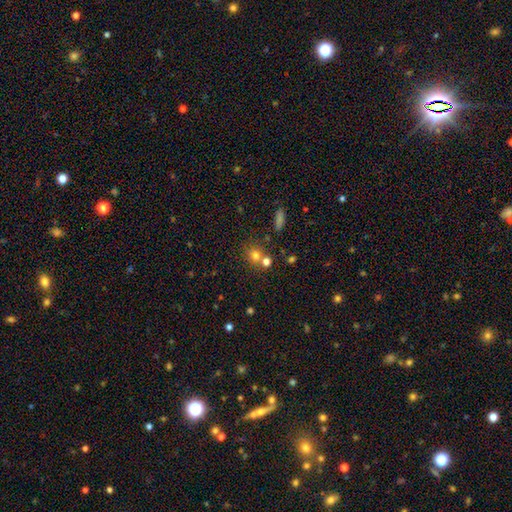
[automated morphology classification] Smooth or featured? Predicted: smooth (p=0.71). How rounded? Predicted: round (p=0.84). Merging? Predicted: none (p=0.57).